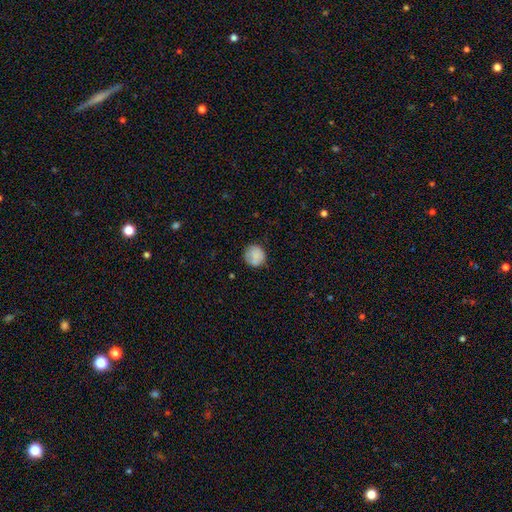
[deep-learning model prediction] Smooth or featured?
  - smooth: 85% *
  - star or artifact: 8%
  - featured or disk: 8%
How rounded?
  - round: 91% *
  - in between: 8%
  - cigar-shaped: 1%
Merging?
  - none: 80% *
  - minor disturbance: 15%
  - major disturbance: 4%
  - merger: 2%